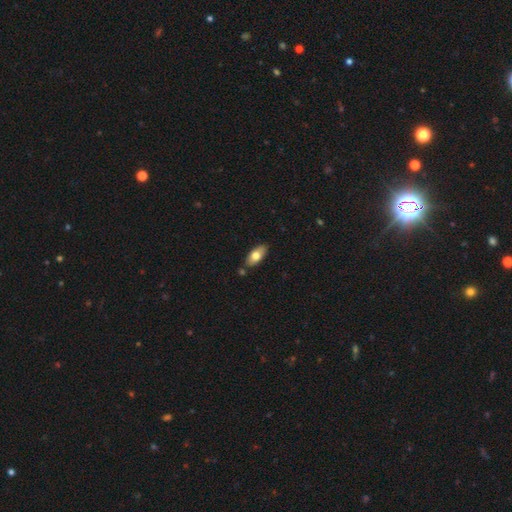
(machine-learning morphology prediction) Overall: smooth (72%). How rounded: in between (87%). Merging: none (79%).